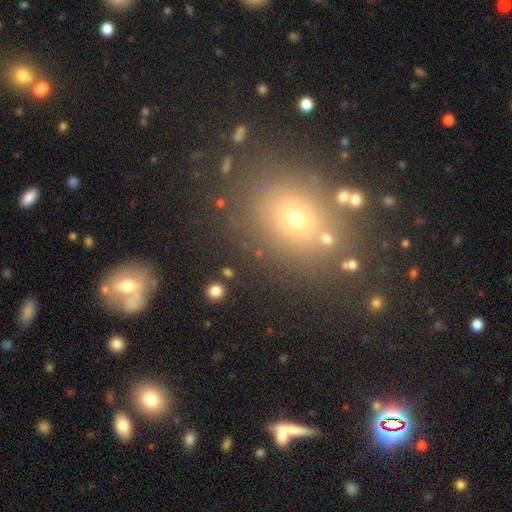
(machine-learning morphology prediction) A smooth galaxy with no disk features (57%) that is round (49%, tied with in between). Merging: none (81%).